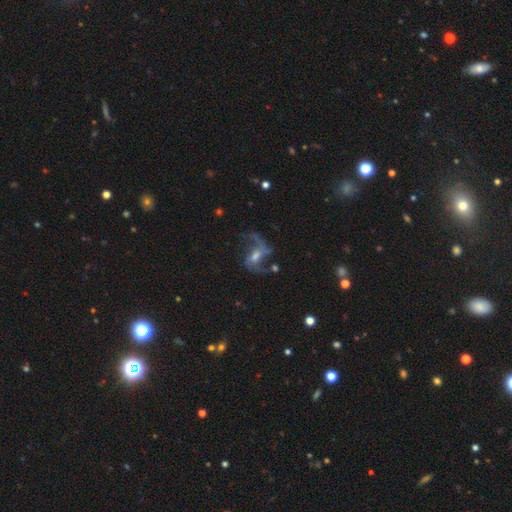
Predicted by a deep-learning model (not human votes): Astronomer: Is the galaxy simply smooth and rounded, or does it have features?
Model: featured or disk — 81%.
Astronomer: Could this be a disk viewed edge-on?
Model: no — 96%.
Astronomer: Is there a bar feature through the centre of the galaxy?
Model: weak — 45% (runner-up: no, 36%).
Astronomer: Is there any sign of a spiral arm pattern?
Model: yes — 92%.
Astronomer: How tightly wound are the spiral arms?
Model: loose — 71%.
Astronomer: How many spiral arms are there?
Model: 2 — 75%.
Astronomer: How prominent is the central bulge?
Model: moderate — 54% (runner-up: small, 32%).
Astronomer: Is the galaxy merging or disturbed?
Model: none — 54%.